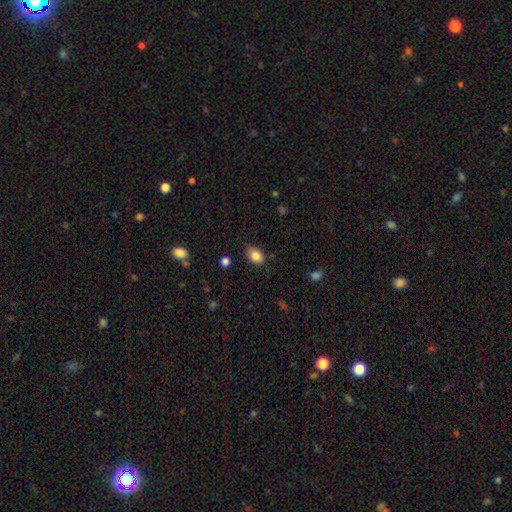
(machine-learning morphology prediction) smooth 86%, star or artifact 9%, featured or disk 6%. Down the decision tree: how rounded — in between (77%); merging — none (73%).